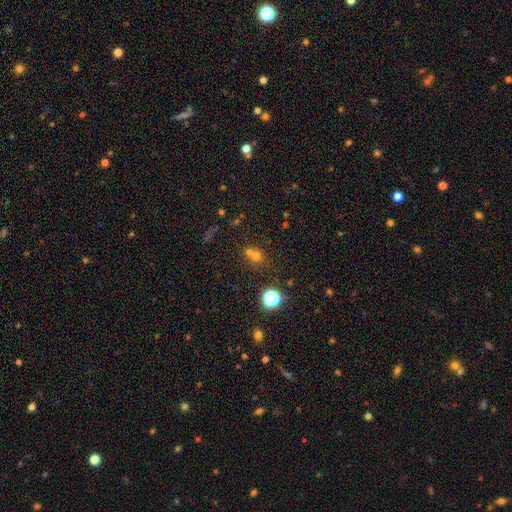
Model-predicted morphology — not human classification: A smooth galaxy with no disk features (59%) that is round (80%). Merging: merger (49%).